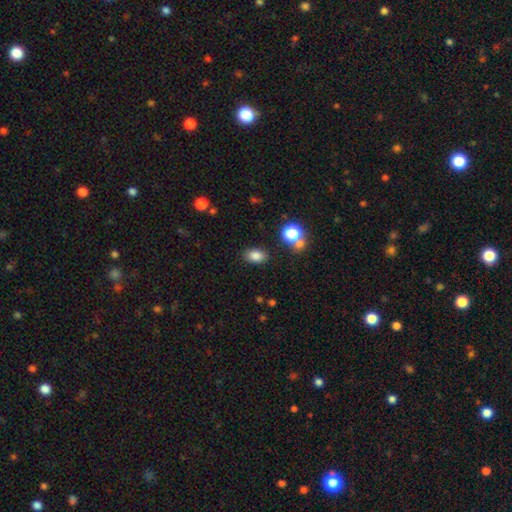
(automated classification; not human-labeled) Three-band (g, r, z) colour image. It shows a smooth galaxy with no disk features (83%) that is in between round and cigar-shaped (82%). Merging: none (84%).